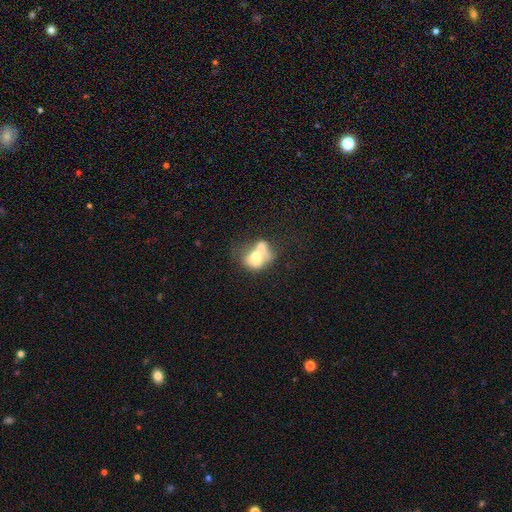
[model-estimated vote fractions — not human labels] The model was most divided on "smooth or featured": smooth: 55%, featured or disk: 35%, star or artifact: 10%. More confident: merging — merger (68%); how rounded — in between (62%).